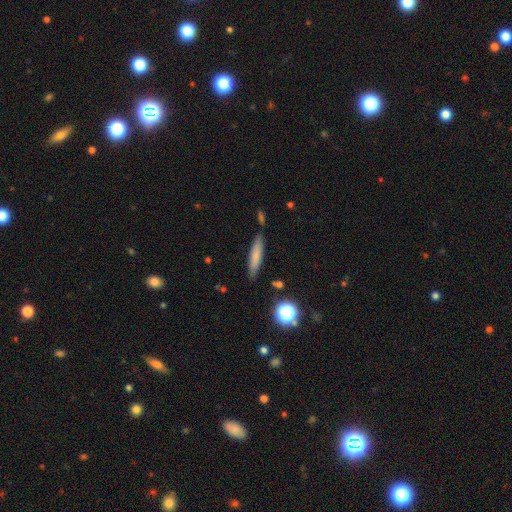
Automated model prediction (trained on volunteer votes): Smooth or featured?
  - smooth: 74% *
  - featured or disk: 17%
  - star or artifact: 9%
How rounded?
  - cigar-shaped: 87% *
  - in between: 11%
  - round: 2%
Merging?
  - none: 83% *
  - minor disturbance: 11%
  - merger: 3%
  - major disturbance: 2%